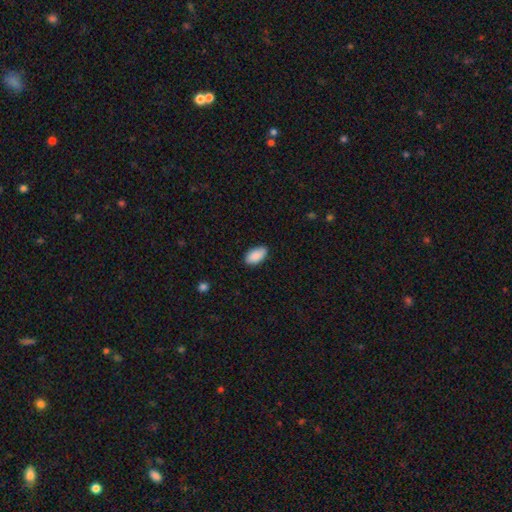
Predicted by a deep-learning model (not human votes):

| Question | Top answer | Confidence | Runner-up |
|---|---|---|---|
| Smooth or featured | smooth | 90% | star or artifact (6%) |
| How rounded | in between | 95% | round (3%) |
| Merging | none | 84% | minor disturbance (12%) |